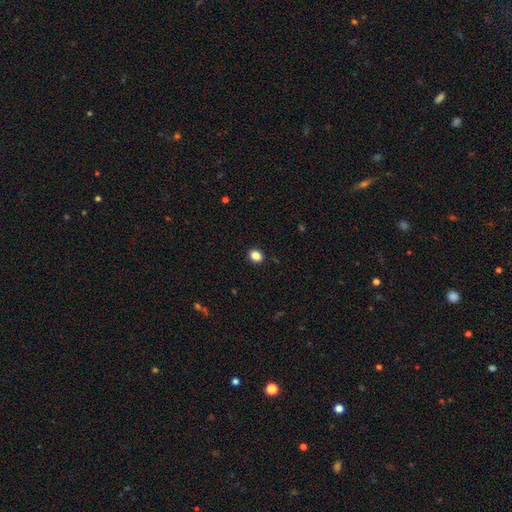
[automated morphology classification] Smooth or featured? Predicted: smooth (p=0.87). How rounded? Predicted: in between (p=0.55). Merging? Predicted: none (p=0.91).